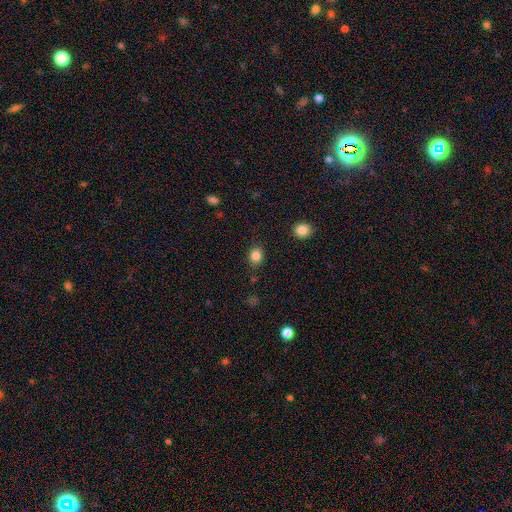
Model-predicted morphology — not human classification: type=smooth (85%); roundness=round (58%); merging=none (83%).